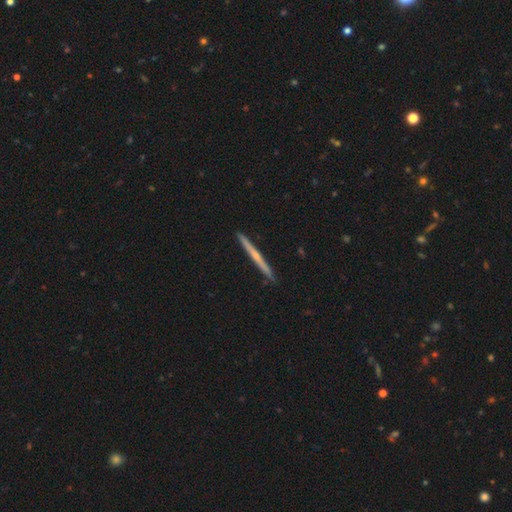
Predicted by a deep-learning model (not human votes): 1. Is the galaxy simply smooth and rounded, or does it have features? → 63% featured or disk, 32% smooth, 6% star or artifact.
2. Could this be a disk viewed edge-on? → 98% yes, 2% no.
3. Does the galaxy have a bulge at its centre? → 49% none, 47% rounded, 4% boxy.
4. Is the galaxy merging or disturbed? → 92% none, 5% minor disturbance, 1% major disturbance, 1% merger.